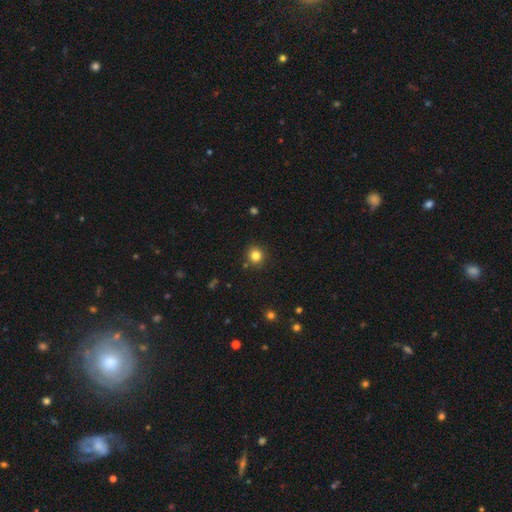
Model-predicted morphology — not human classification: Smooth or featured? Predicted: smooth (p=0.81). How rounded? Predicted: round (p=0.92). Merging? Predicted: none (p=0.89).